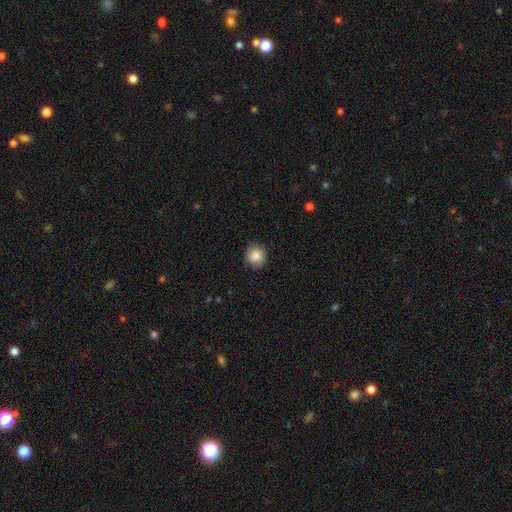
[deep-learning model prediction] Smooth or featured?
  - smooth: 87% *
  - star or artifact: 9%
  - featured or disk: 5%
How rounded?
  - round: 90% *
  - in between: 9%
  - cigar-shaped: 1%
Merging?
  - none: 87% *
  - minor disturbance: 10%
  - major disturbance: 2%
  - merger: 1%